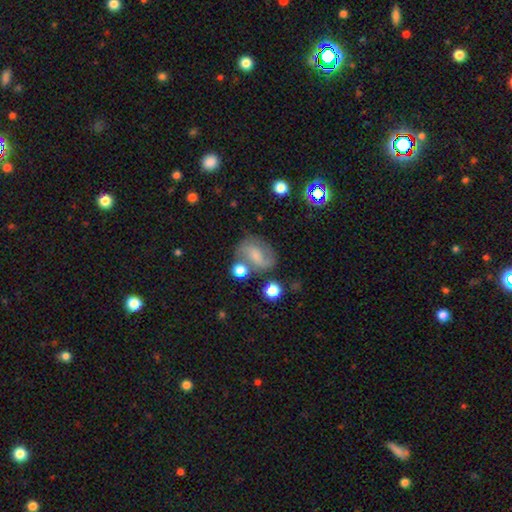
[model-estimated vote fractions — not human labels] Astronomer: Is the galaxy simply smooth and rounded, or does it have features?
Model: featured or disk — 55% (runner-up: smooth, 35%).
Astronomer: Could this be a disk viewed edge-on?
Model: no — 97%.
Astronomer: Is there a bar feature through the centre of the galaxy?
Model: weak — 43% (runner-up: no, 39%).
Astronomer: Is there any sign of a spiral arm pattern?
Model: yes — 84%.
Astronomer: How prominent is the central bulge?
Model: small — 53%.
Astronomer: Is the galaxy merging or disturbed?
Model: none — 56%.